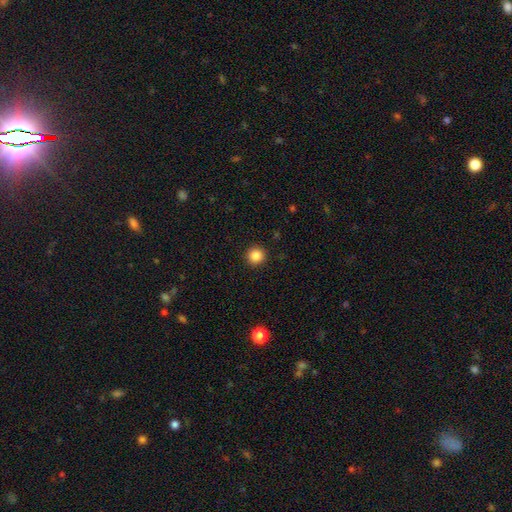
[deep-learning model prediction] Q: Smooth or featured?
A: smooth (85%); runner-up: star or artifact (11%)
Q: How rounded?
A: round (95%); runner-up: in between (4%)
Q: Merging?
A: none (92%); runner-up: minor disturbance (5%)